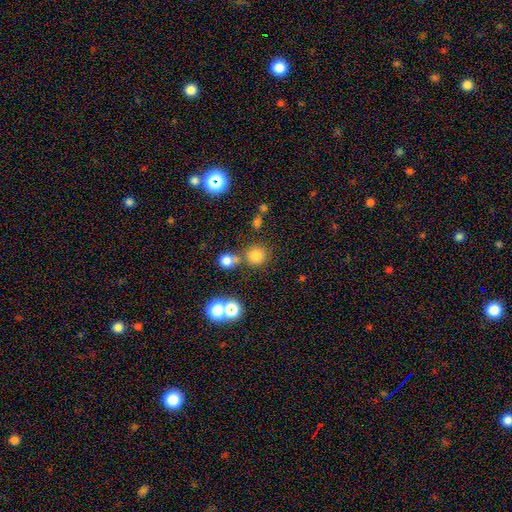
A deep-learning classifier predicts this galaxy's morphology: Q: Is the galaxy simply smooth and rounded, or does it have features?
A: smooth — 77%.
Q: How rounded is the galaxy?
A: round — 90%.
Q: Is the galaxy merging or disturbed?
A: none — 66%.